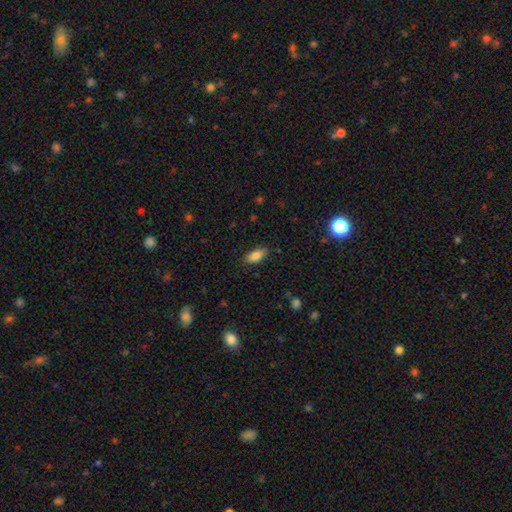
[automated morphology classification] smooth 84%, featured or disk 8%, star or artifact 8%. Down the decision tree: how rounded — in between (87%); merging — none (85%).